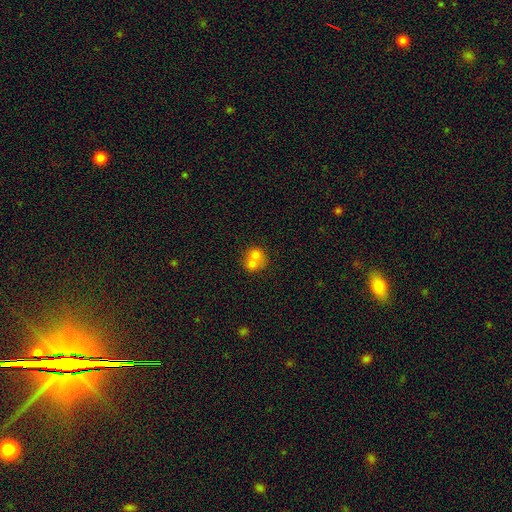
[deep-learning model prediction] smooth_or_featured: smooth (p=0.70) [alt: featured or disk p=0.20]
how_rounded: round (p=0.75) [alt: in between p=0.24]
merging: merger (p=0.66) [alt: none p=0.25]